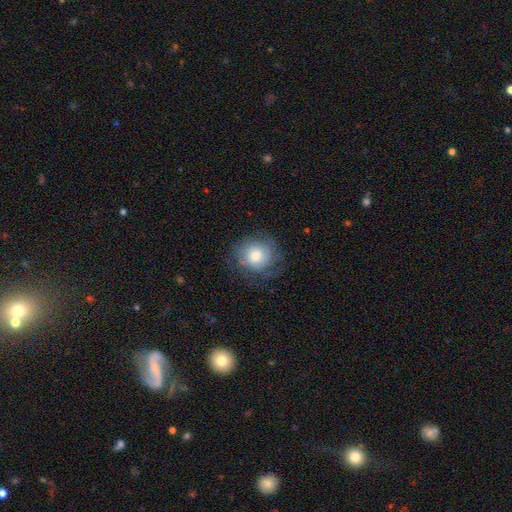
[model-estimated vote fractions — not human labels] Smooth or featured? Predicted: smooth (p=0.63). How rounded? Predicted: round (p=0.82). Merging? Predicted: none (p=0.69).